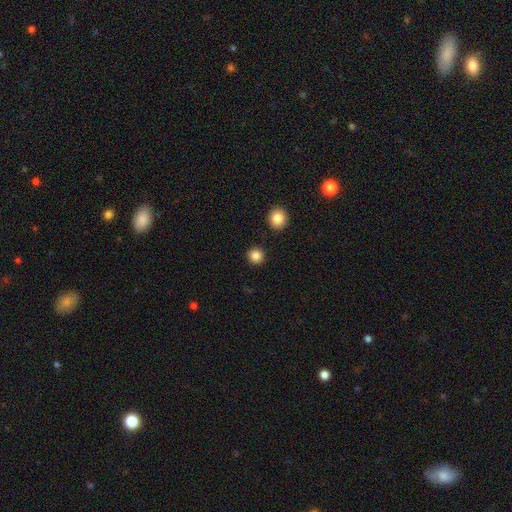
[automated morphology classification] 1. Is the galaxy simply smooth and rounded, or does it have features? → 86% smooth, 11% star or artifact, 4% featured or disk.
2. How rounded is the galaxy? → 94% round, 5% in between, 1% cigar-shaped.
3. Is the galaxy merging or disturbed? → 92% none, 5% minor disturbance, 2% merger, 2% major disturbance.